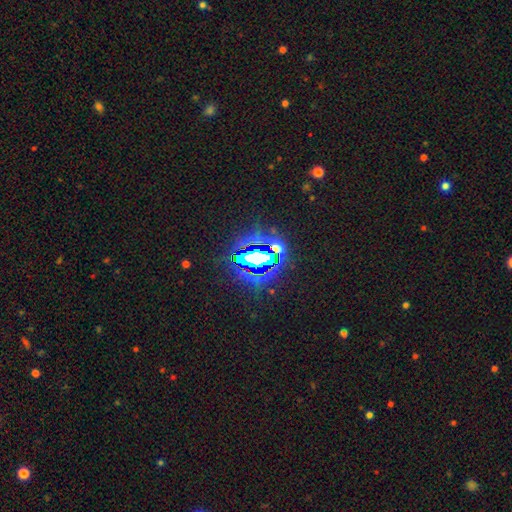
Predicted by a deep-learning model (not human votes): Smooth or featured?
  - star or artifact: 76% *
  - smooth: 13%
  - featured or disk: 11%